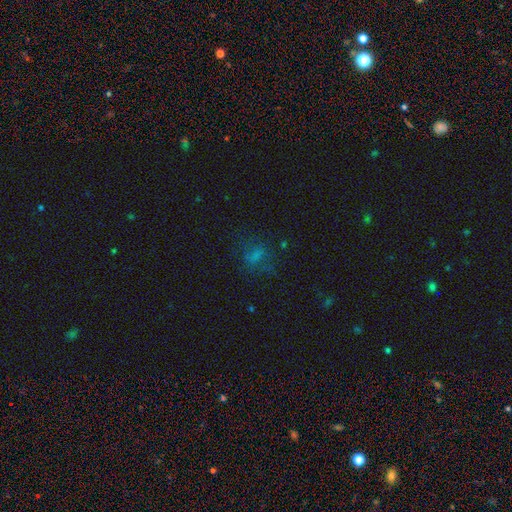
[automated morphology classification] smooth_or_featured: smooth (p=0.57) [alt: star or artifact p=0.26]
how_rounded: in between (p=0.59) [alt: round p=0.37]
merging: none (p=0.58) [alt: major disturbance p=0.21]